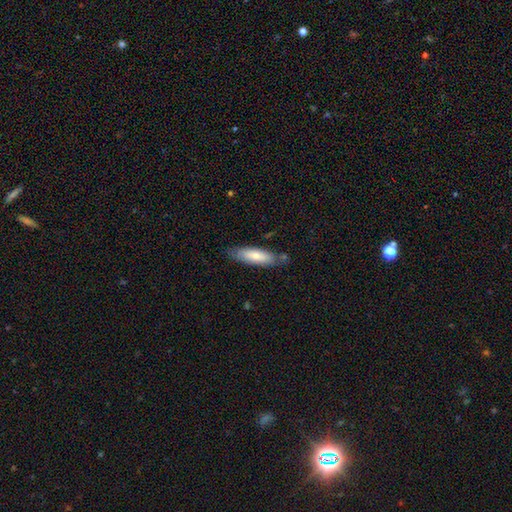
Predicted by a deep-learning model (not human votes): This appears to be a smooth galaxy with no disk features (68%) that is in between round and cigar-shaped (51%). Merging: none (76%).